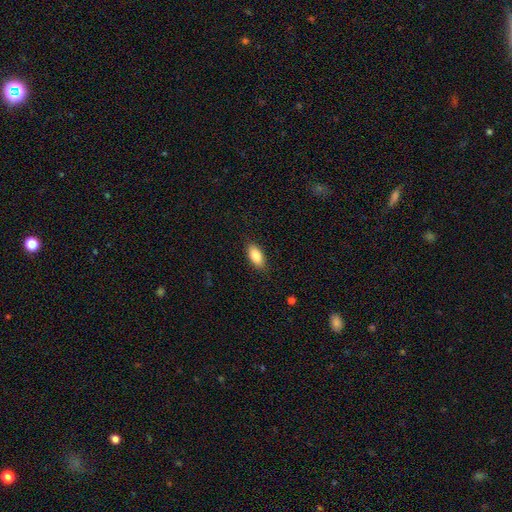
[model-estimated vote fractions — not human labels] Q: Smooth or featured?
A: smooth (85%); runner-up: featured or disk (8%)
Q: How rounded?
A: in between (88%); runner-up: cigar-shaped (9%)
Q: Merging?
A: none (87%); runner-up: minor disturbance (10%)